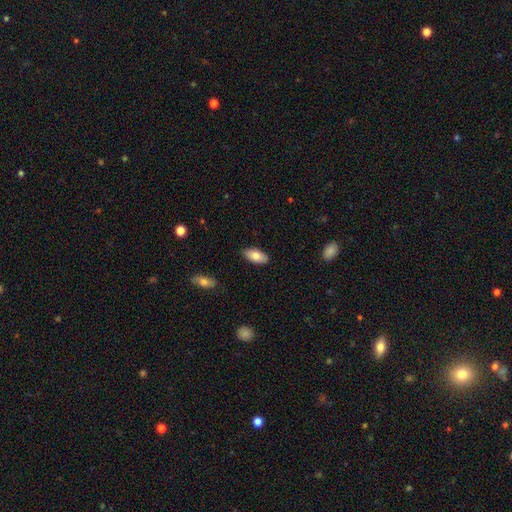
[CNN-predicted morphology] Smooth or featured? smooth (80%)
How rounded? in between (92%)
Merging? none (87%)